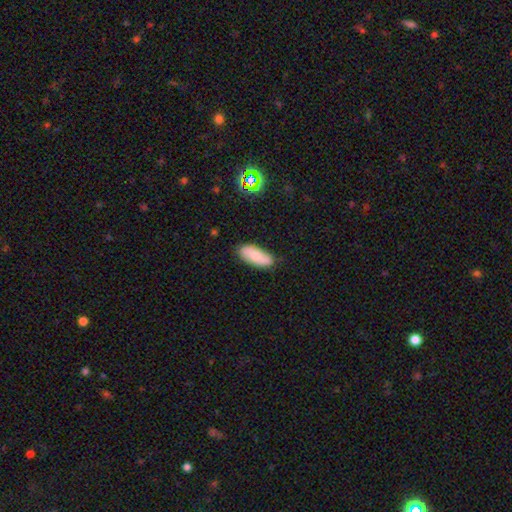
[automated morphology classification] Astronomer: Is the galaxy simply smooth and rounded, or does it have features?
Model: smooth — 80%.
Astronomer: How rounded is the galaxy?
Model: in between — 79%.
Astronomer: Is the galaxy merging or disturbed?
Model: none — 77%.